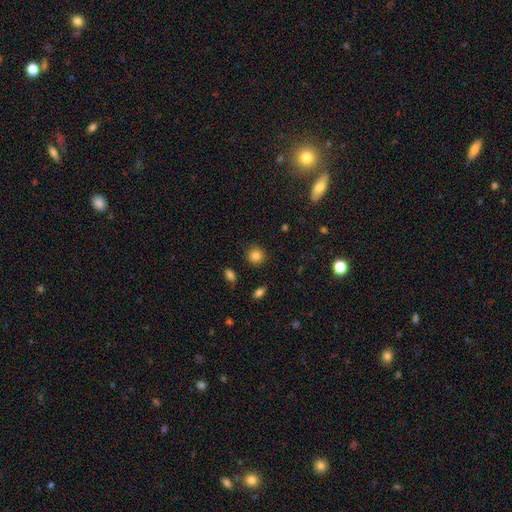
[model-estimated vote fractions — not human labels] The model was most divided on "smooth or featured": smooth: 85%, star or artifact: 11%, featured or disk: 5%. More confident: how rounded — round (90%); merging — none (89%).